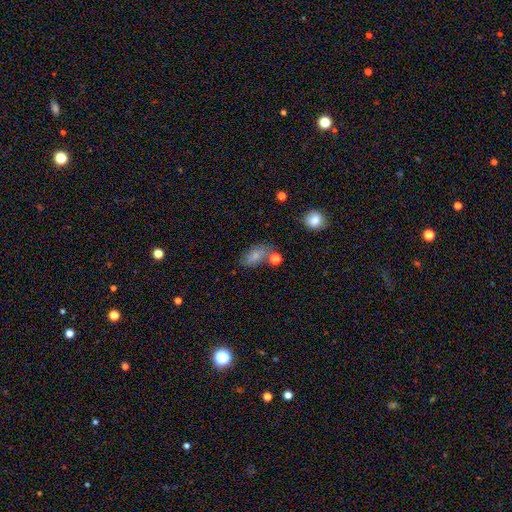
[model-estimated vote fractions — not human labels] Overall: smooth (76%). How rounded: in between (87%). Merging: none (53%; minor disturbance 22%).